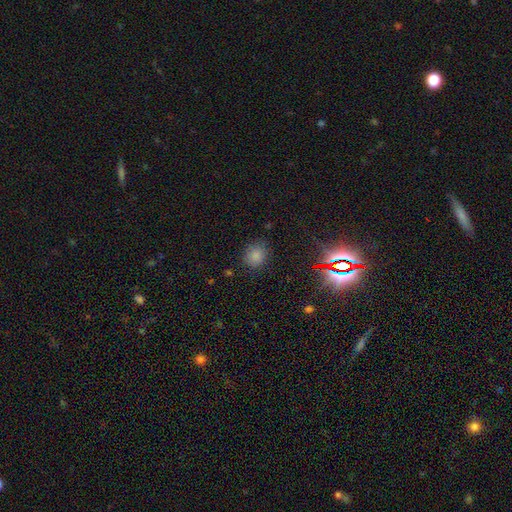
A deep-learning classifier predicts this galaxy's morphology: type=smooth (79%); roundness=round (74%); merging=none (81%).